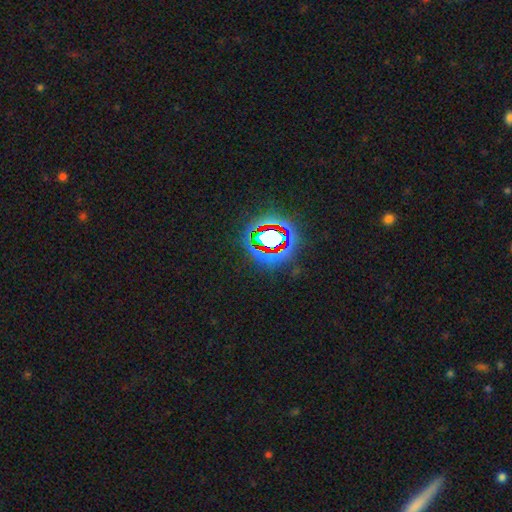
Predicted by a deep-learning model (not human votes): Smooth or featured: star or artifact — 81% (smooth — 11%)